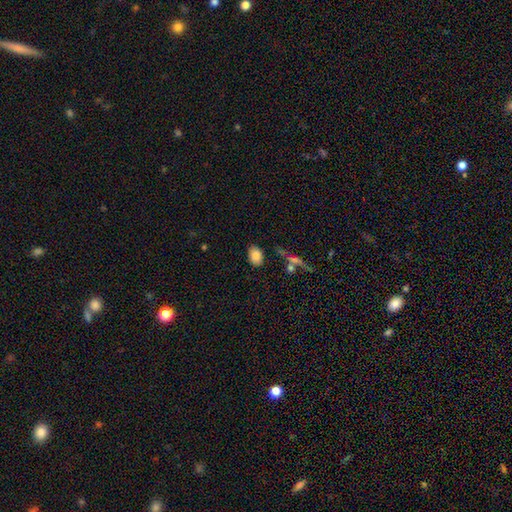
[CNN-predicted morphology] Smooth or featured: smooth — 81% (featured or disk — 10%)
How rounded: in between — 83% (round — 15%)
Merging: none — 81% (minor disturbance — 12%)